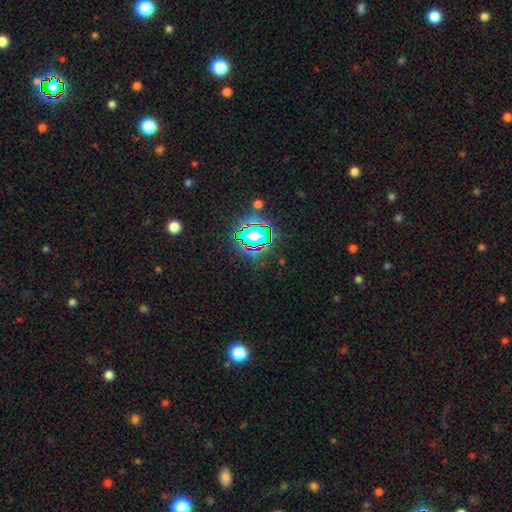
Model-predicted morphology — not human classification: Smooth or featured? Predicted: star or artifact (p=0.81).